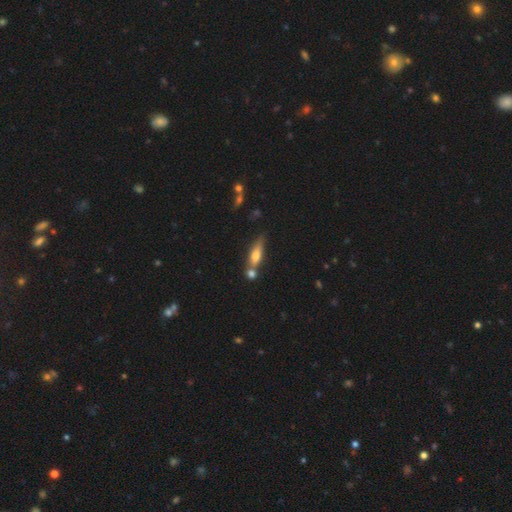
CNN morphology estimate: type=smooth (64%); roundness=cigar-shaped (52%); merging=none (46%).